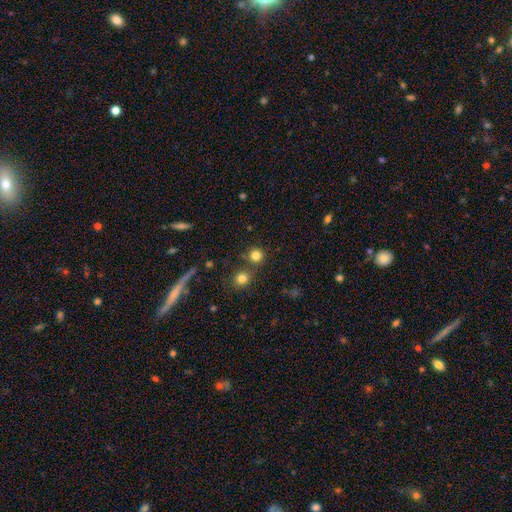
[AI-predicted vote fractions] Overall: smooth (79%). How rounded: round (92%). Merging: none (72%).